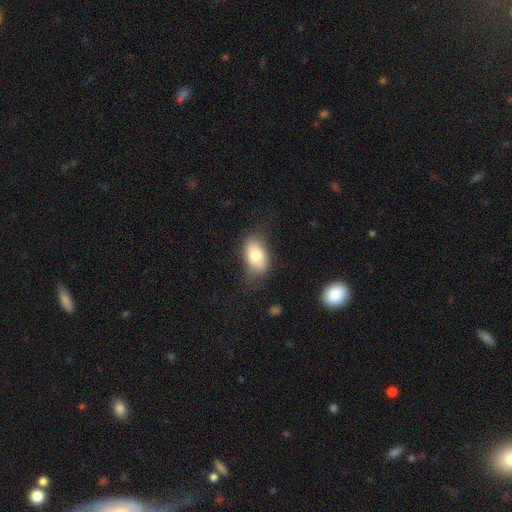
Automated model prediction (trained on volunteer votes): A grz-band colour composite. It shows a smooth galaxy with no disk features (76%) that is in between round and cigar-shaped (89%). Merging: none (65%).